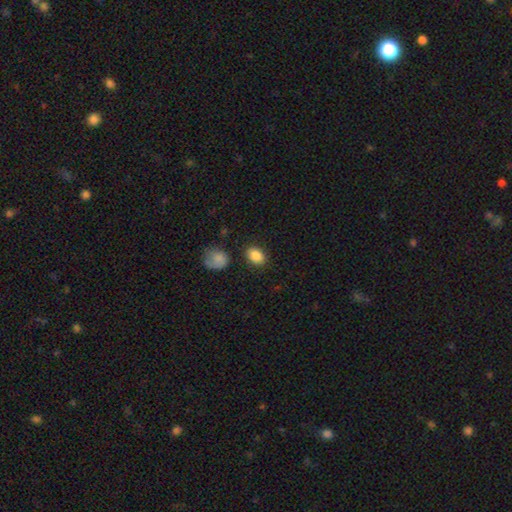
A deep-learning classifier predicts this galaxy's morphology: This is clearly a smooth galaxy (87%). How rounded: likely in between (73%). Merging: clearly none (83%).